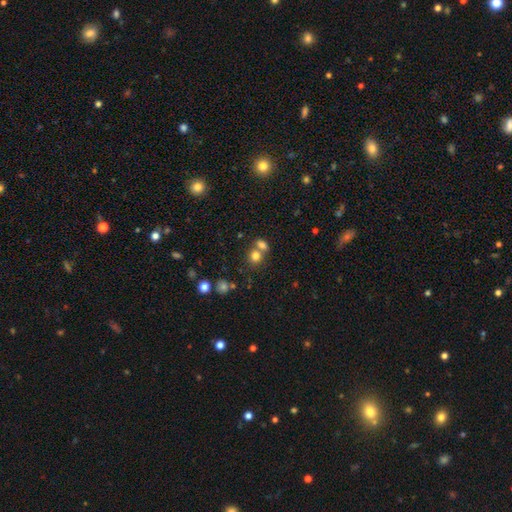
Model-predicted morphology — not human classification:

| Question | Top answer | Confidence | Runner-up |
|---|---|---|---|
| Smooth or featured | smooth | 77% | star or artifact (13%) |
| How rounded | round | 72% | in between (27%) |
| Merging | merger | 45% | none (44%) |